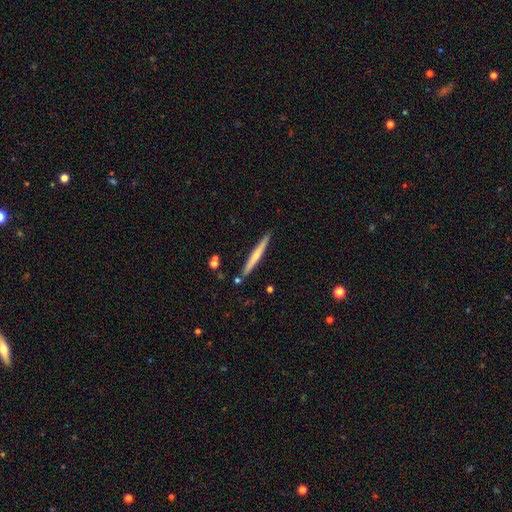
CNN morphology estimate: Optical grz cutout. It shows a smooth galaxy with no disk features (53%) that is cigar-shaped (97%). Merging: none (89%).